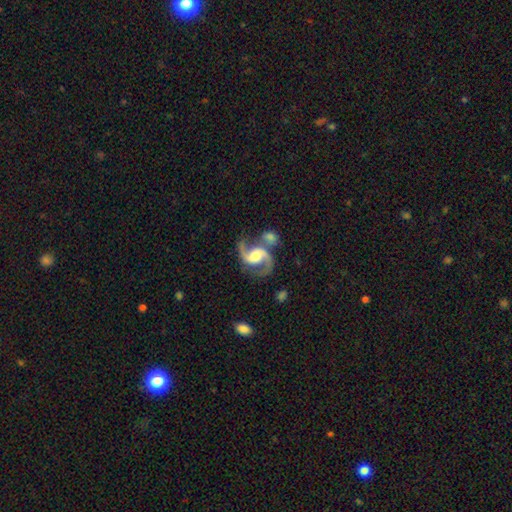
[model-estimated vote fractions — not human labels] Smooth or featured? Predicted: featured or disk (p=0.90). Edge-on disk? Predicted: no (p=0.98). Bar? Predicted: no (p=0.46). Spiral arms? Predicted: yes (p=0.98). Spiral winding? Predicted: medium (p=0.55). Spiral arm count? Predicted: 2 (p=0.93). Bulge size? Predicted: moderate (p=0.43). Merging? Predicted: none (p=0.55).